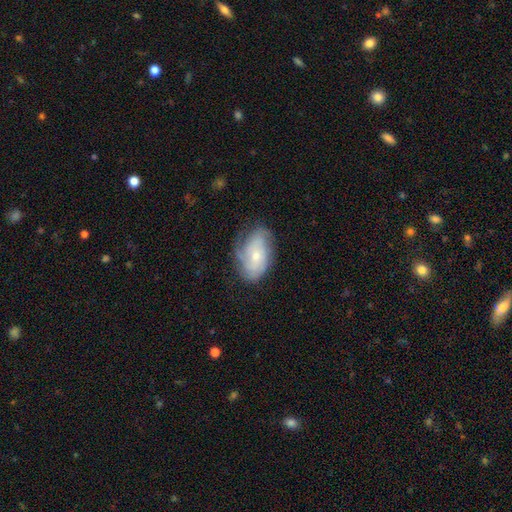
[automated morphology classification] featured or disk 64%, smooth 29%, star or artifact 7%. Down the decision tree: edge-on disk — no (96%); bar — no (76%); spiral arms — yes (87%); spiral arm count — can't tell (39%); spiral winding — tight (49%); bulge size — small (62%); merging — none (64%).